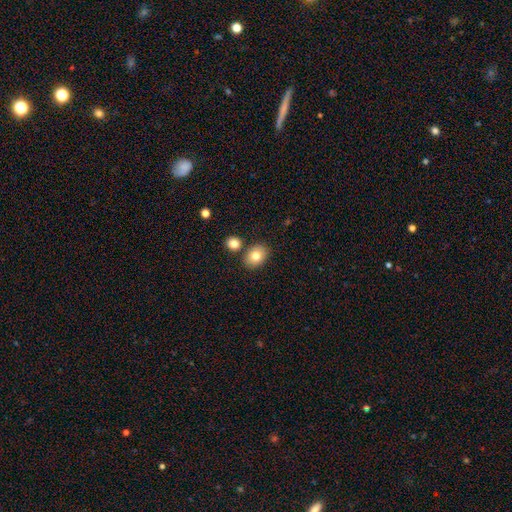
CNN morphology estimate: type=smooth (80%); roundness=in between (67%); merging=none (78%).